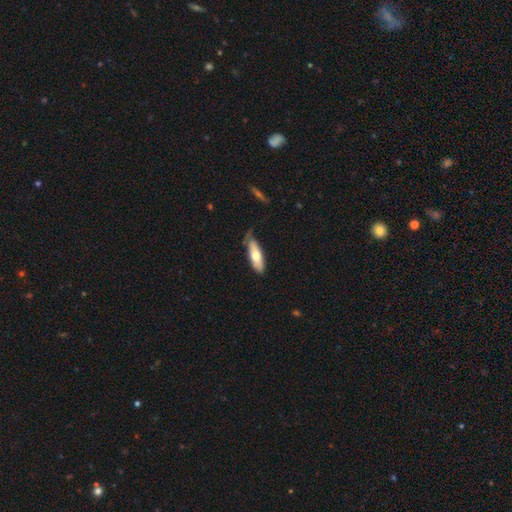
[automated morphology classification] This appears to be a smooth galaxy with no disk features (62%) that is in between round and cigar-shaped (54%). Merging: none (58%).